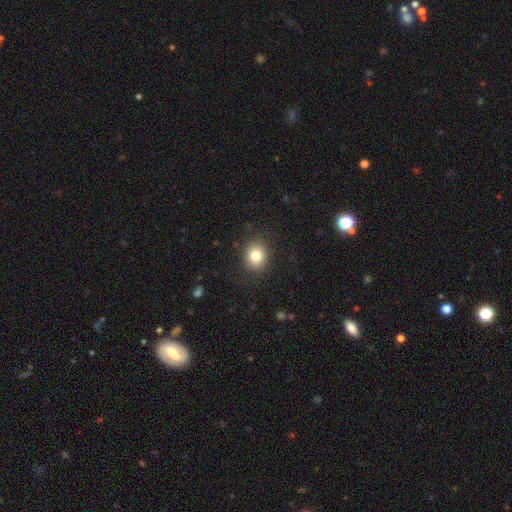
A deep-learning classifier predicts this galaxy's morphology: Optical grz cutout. It shows a smooth galaxy with no disk features (81%) that is round (69%). Merging: none (88%).